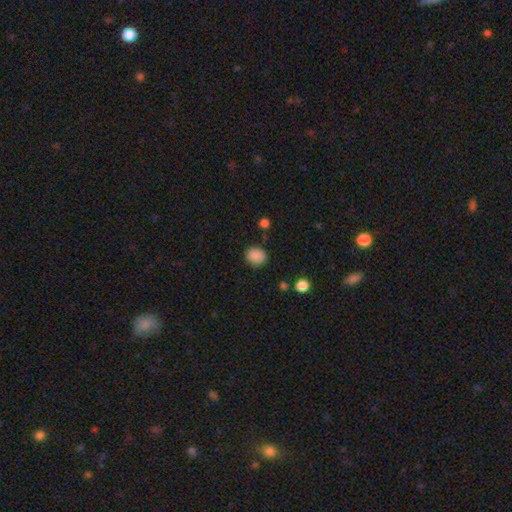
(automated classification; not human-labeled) This appears to be a smooth galaxy with no disk features (86%) that is round (64%). Merging: none (82%).